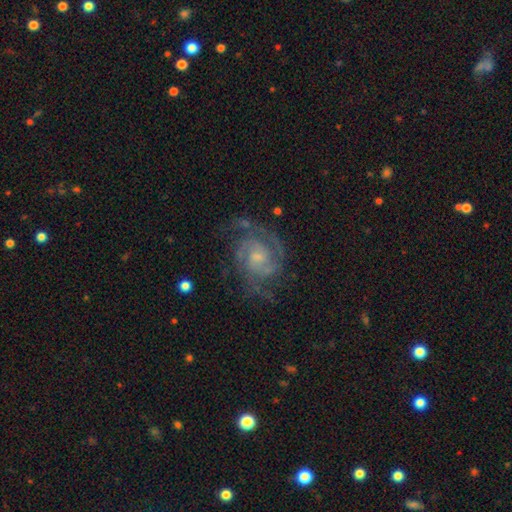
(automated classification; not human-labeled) Smooth or featured: featured or disk — 88% (star or artifact — 7%)
Edge-on disk: no — 98% (yes — 2%)
Bar: no — 58% (weak — 35%)
Spiral arms: yes — 98% (no — 2%)
Spiral winding: tight — 51% (medium — 42%)
Spiral arm count: 2 — 66% (3 — 14%)
Bulge size: small — 57% (moderate — 32%)
Merging: none — 73% (minor disturbance — 16%)